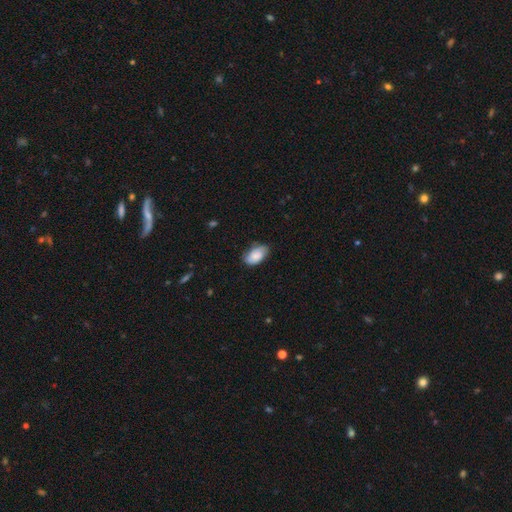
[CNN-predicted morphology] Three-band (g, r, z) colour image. It shows a smooth galaxy with no disk features (79%) that is in between round and cigar-shaped (93%). Merging: none (65%).